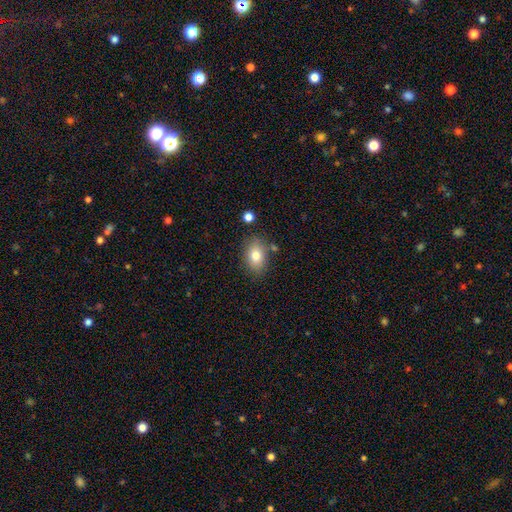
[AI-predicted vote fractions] Smooth or featured? smooth (78%)
How rounded? in between (77%)
Merging? none (79%)